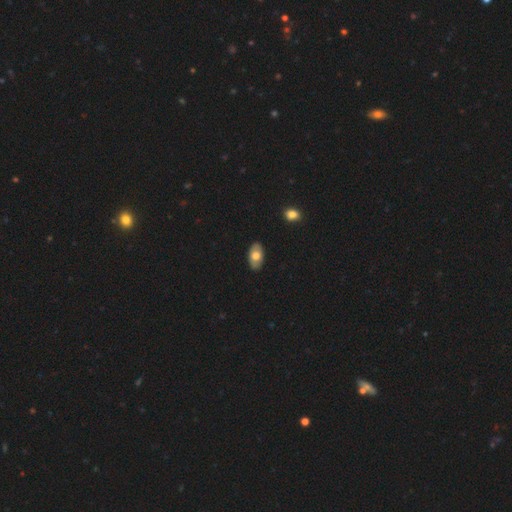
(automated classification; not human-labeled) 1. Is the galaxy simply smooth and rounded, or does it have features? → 69% smooth, 25% featured or disk, 6% star or artifact.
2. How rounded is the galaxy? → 94% in between, 5% round, 2% cigar-shaped.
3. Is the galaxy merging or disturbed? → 88% none, 9% minor disturbance, 2% major disturbance, 1% merger.